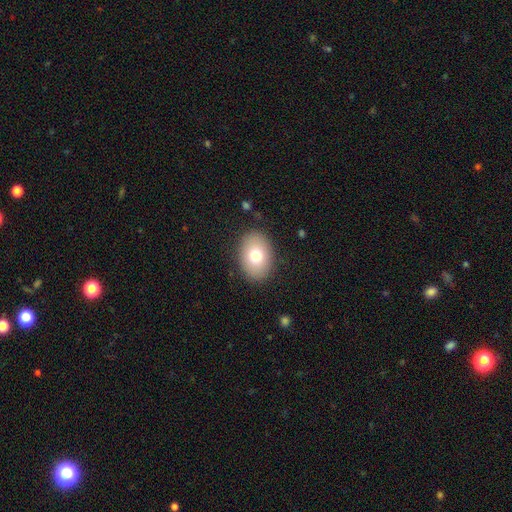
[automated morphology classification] smooth 74%, featured or disk 16%, star or artifact 9%. Down the decision tree: how rounded — in between (74%); merging — none (88%).